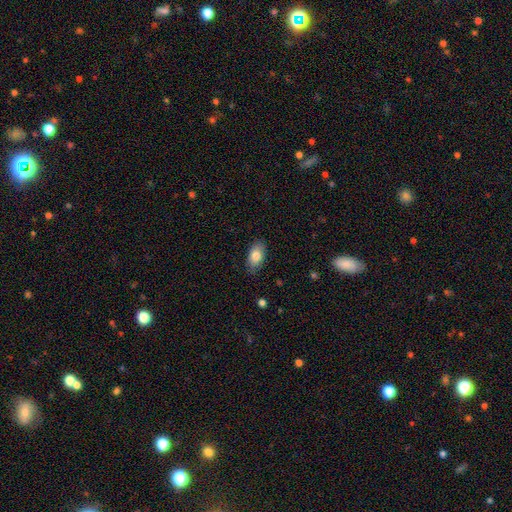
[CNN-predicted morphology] This is clearly a smooth galaxy (82%). How rounded: clearly in between (92%). Merging: clearly none (84%).